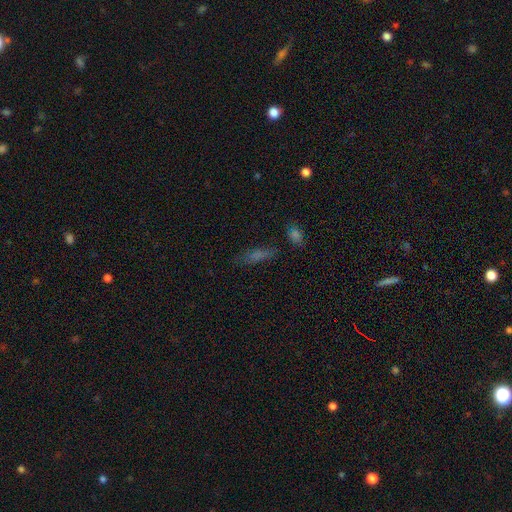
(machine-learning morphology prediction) Q: Smooth or featured?
A: smooth (57%); runner-up: star or artifact (23%)
Q: How rounded?
A: cigar-shaped (57%); runner-up: in between (38%)
Q: Merging?
A: none (75%); runner-up: minor disturbance (15%)